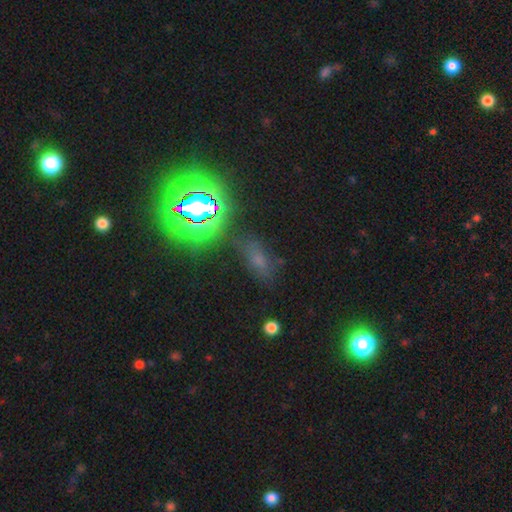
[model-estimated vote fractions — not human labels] A star or artifact, not a galaxy (48%).